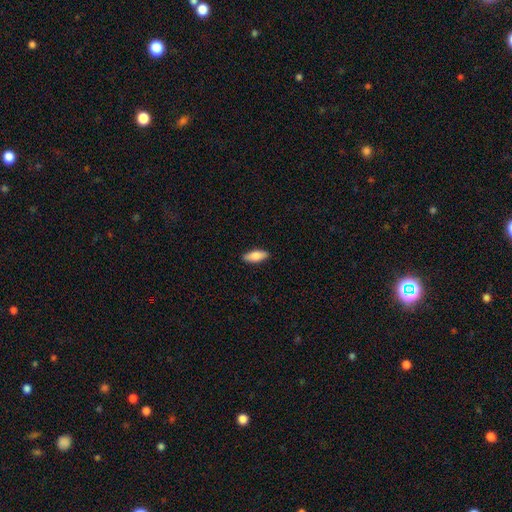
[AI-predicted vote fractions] smooth 81%, featured or disk 13%, star or artifact 6%. Down the decision tree: how rounded — in between (75%); merging — none (90%).